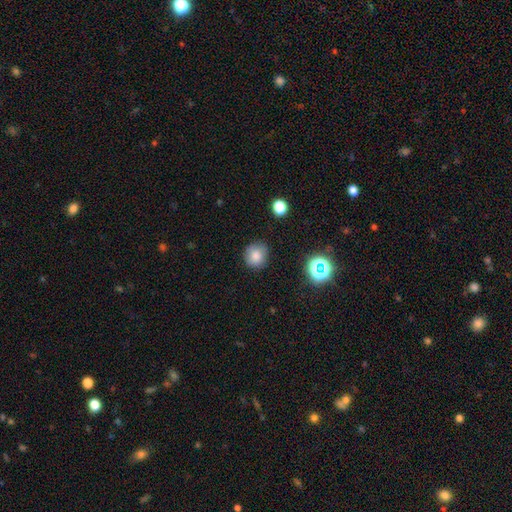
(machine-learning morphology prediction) This is clearly a smooth galaxy (81%). How rounded: clearly round (86%). Merging: clearly none (84%).